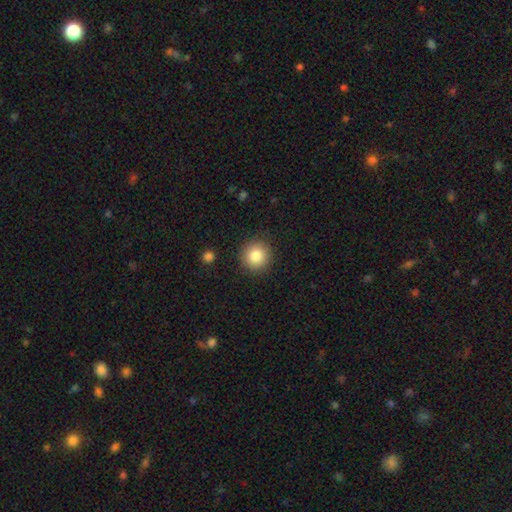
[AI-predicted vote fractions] Q: Smooth or featured?
A: smooth (82%); runner-up: star or artifact (10%)
Q: How rounded?
A: round (94%); runner-up: in between (5%)
Q: Merging?
A: none (90%); runner-up: minor disturbance (6%)